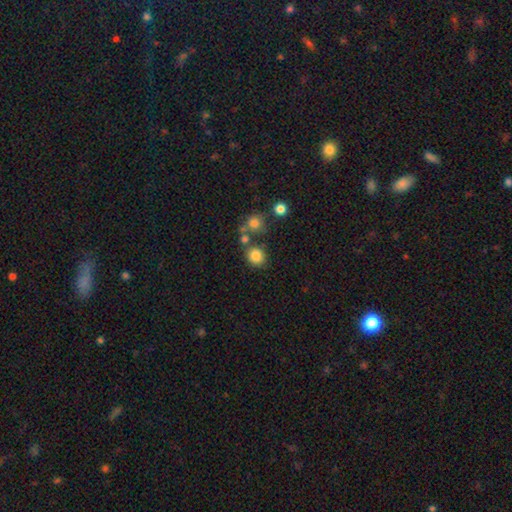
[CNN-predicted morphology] This appears to be a smooth galaxy with no disk features (83%) that is round (84%). Merging: none (75%).